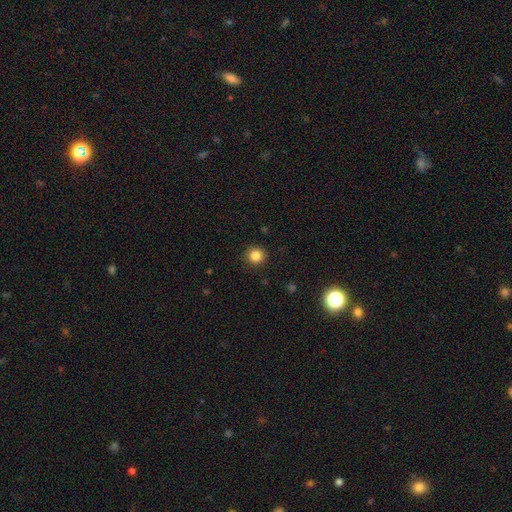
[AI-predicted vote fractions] smooth 85%, star or artifact 11%, featured or disk 4%. Down the decision tree: how rounded — round (94%); merging — none (91%).